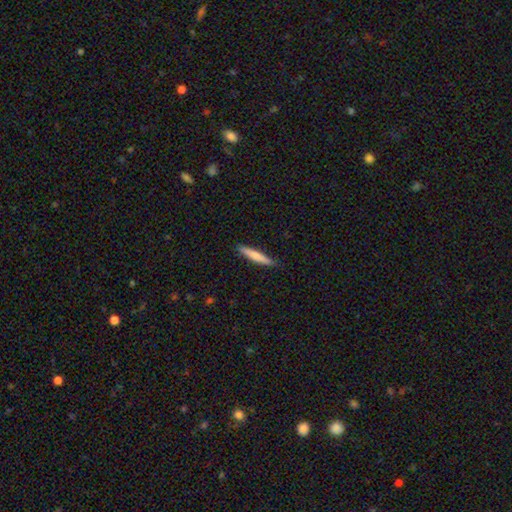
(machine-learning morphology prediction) smooth 72%, featured or disk 23%, star or artifact 5%. Down the decision tree: how rounded — cigar-shaped (93%); merging — none (89%).